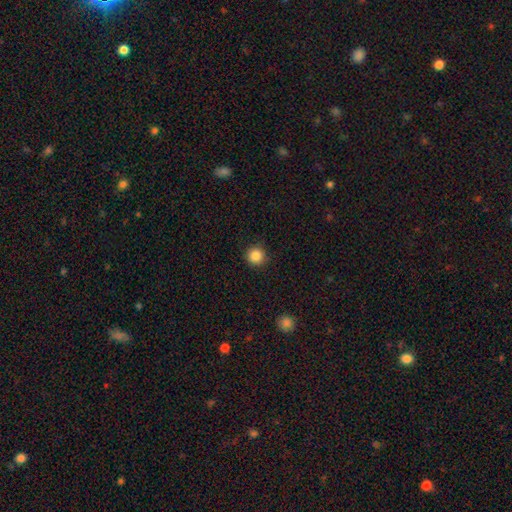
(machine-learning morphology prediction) Smooth or featured: smooth — 86% (star or artifact — 11%)
How rounded: round — 95% (in between — 4%)
Merging: none — 90% (minor disturbance — 7%)